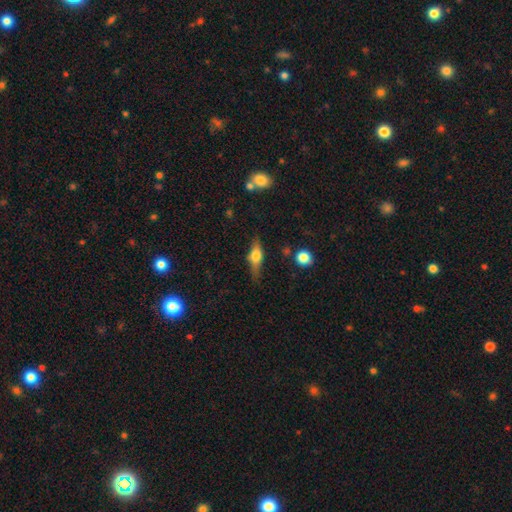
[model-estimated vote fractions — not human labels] Smooth or featured?
  - featured or disk: 47% *
  - smooth: 45%
  - star or artifact: 8%
Merging?
  - none: 73% *
  - minor disturbance: 18%
  - major disturbance: 5%
  - merger: 3%